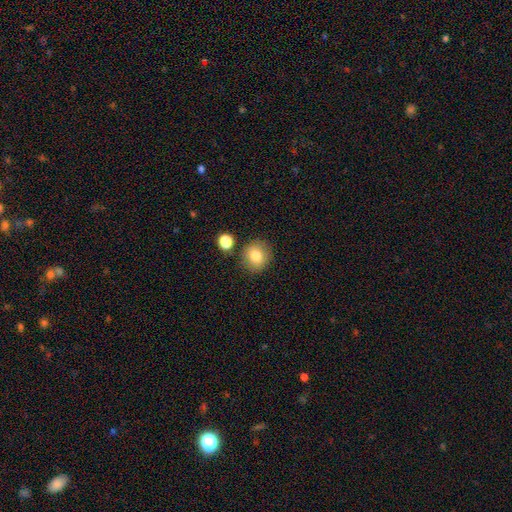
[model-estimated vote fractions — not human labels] Smooth or featured? Predicted: smooth (p=0.81). How rounded? Predicted: round (p=0.85). Merging? Predicted: none (p=0.82).